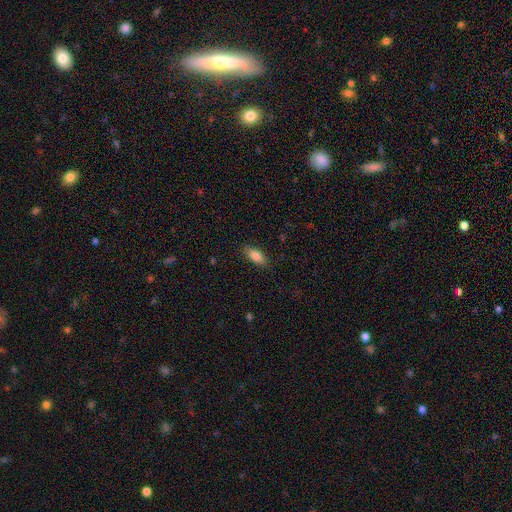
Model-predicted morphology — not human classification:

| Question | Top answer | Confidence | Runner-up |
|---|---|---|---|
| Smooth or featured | smooth | 84% | featured or disk (8%) |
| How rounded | in between | 84% | cigar-shaped (13%) |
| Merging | none | 86% | minor disturbance (10%) |